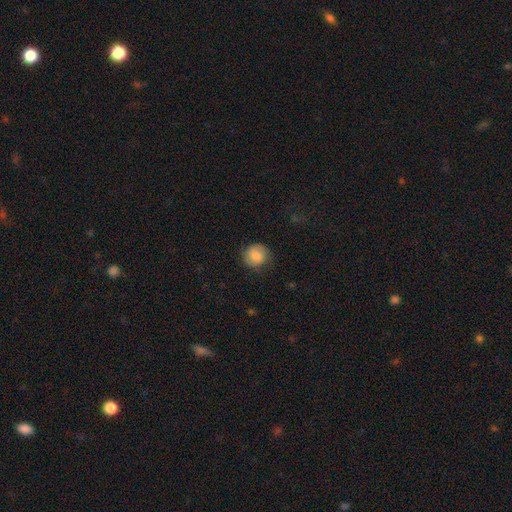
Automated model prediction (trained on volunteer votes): Morphology: type=smooth (74%); roundness=round (87%); merging=none (77%).